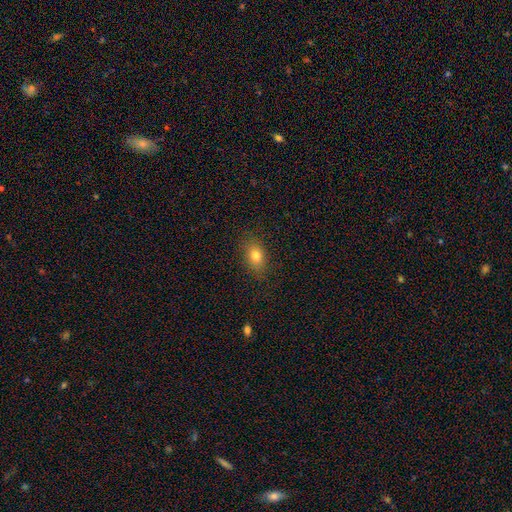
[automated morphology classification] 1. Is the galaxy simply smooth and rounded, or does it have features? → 78% smooth, 12% star or artifact, 11% featured or disk.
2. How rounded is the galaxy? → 73% in between, 24% round, 3% cigar-shaped.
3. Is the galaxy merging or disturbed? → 85% none, 11% minor disturbance, 3% major disturbance, 1% merger.